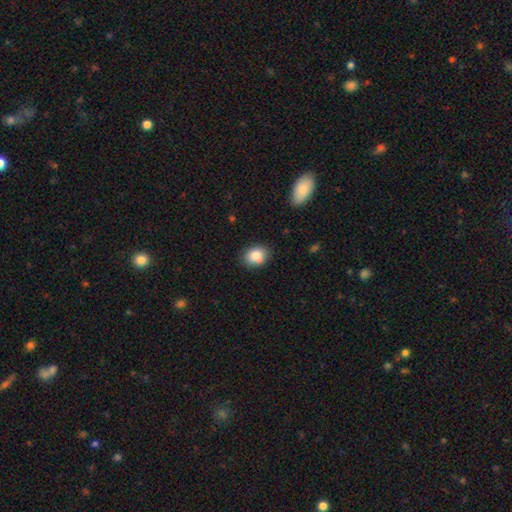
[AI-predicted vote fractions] Smooth or featured? Predicted: smooth (p=0.83). How rounded? Predicted: in between (p=0.57). Merging? Predicted: none (p=0.71).